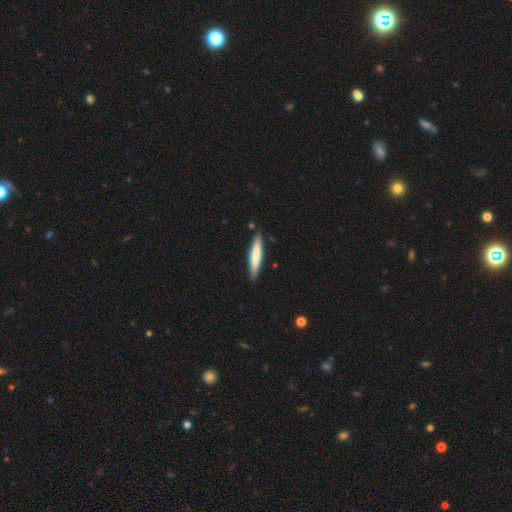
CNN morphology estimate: This is likely a smooth galaxy (70%). How rounded: clearly cigar-shaped (91%). Merging: clearly none (86%).